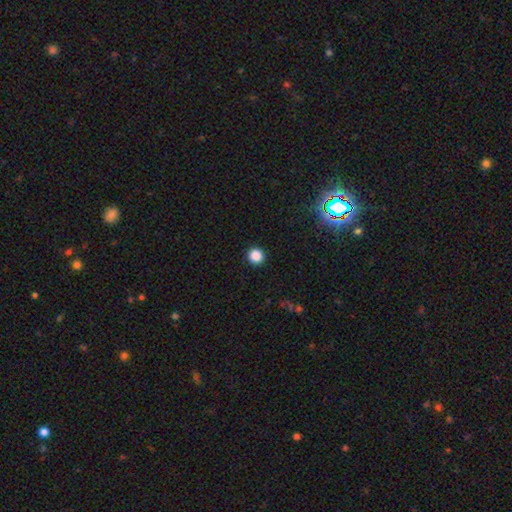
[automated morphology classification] smooth 86%, star or artifact 12%, featured or disk 3%. Down the decision tree: how rounded — round (95%); merging — none (92%).